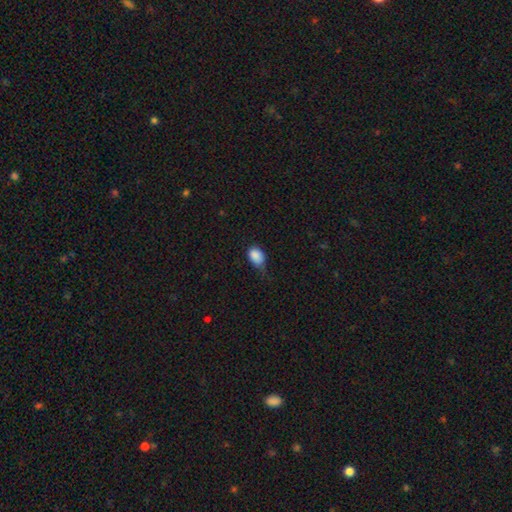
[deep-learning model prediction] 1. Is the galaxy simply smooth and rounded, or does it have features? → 87% smooth, 8% star or artifact, 5% featured or disk.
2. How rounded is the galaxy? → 77% in between, 22% round, 1% cigar-shaped.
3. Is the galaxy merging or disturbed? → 46% minor disturbance, 40% none, 12% major disturbance, 2% merger.